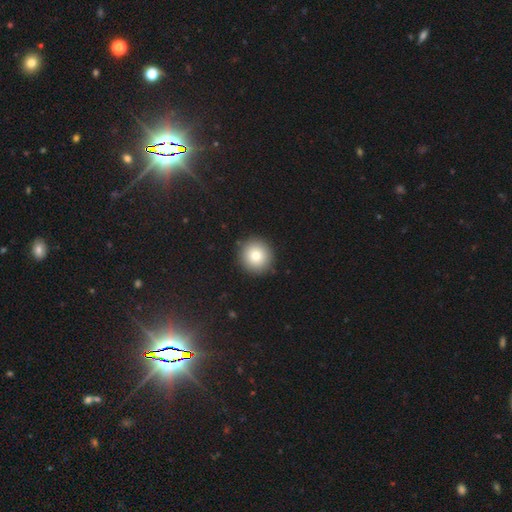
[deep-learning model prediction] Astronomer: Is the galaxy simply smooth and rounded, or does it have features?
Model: smooth — 79%.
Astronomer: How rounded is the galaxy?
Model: round — 94%.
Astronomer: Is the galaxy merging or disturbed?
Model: none — 91%.